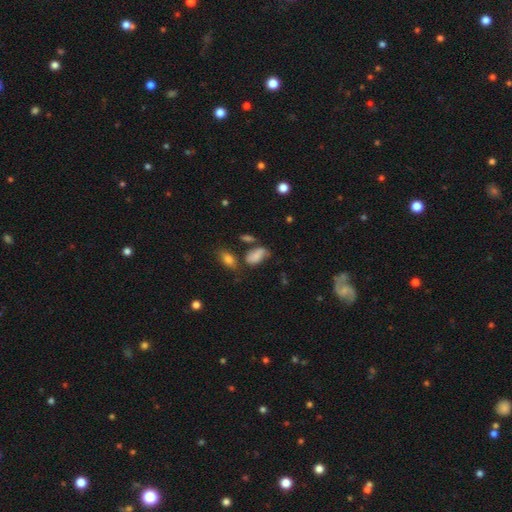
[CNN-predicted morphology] This appears to be a smooth galaxy with no disk features (72%) that is in between round and cigar-shaped (90%). Merging: none (43%).